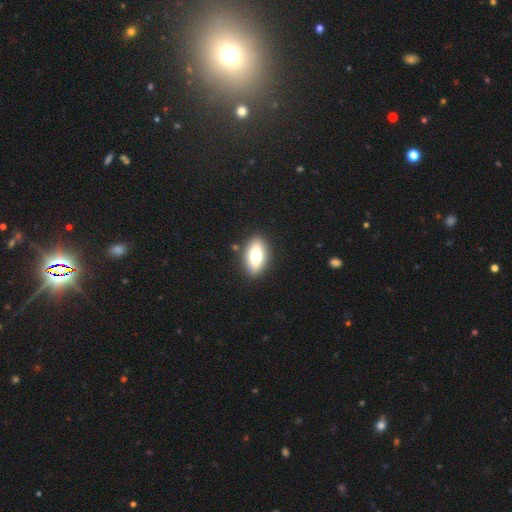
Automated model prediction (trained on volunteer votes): Overall: smooth (72%). How rounded: in between (88%). Merging: none (87%).